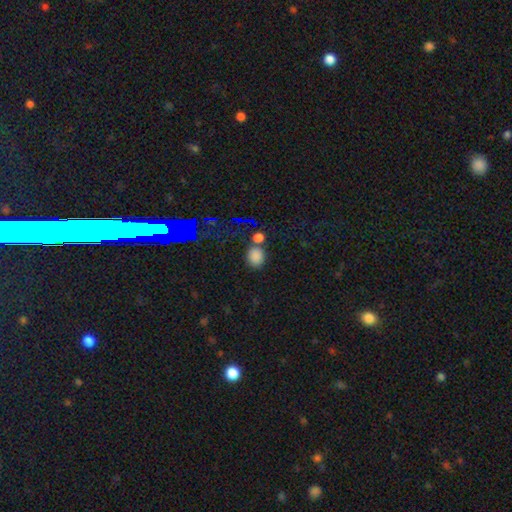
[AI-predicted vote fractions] Smooth or featured? Predicted: smooth (p=0.77). How rounded? Predicted: round (p=0.60). Merging? Predicted: none (p=0.69).